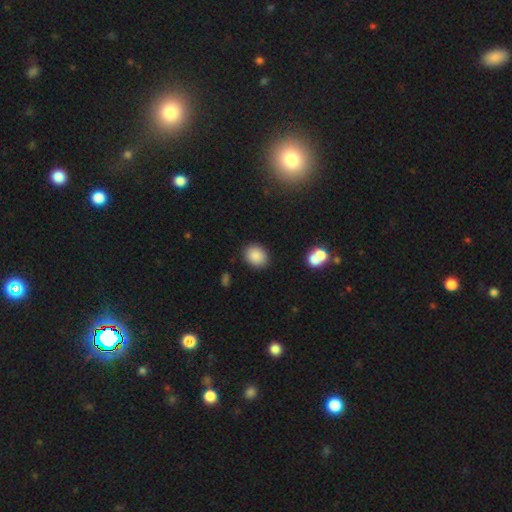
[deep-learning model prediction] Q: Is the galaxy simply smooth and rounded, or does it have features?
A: smooth — 87%.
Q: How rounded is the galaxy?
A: round — 51%.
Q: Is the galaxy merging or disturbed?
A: none — 87%.